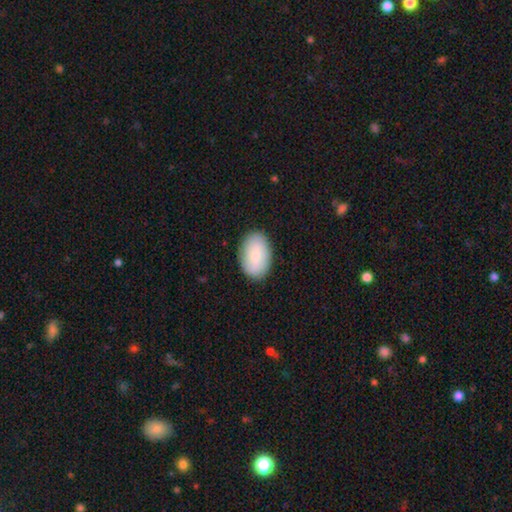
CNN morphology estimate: Smooth or featured: smooth — 78% (featured or disk — 16%)
How rounded: in between — 90% (round — 8%)
Merging: none — 87% (minor disturbance — 10%)